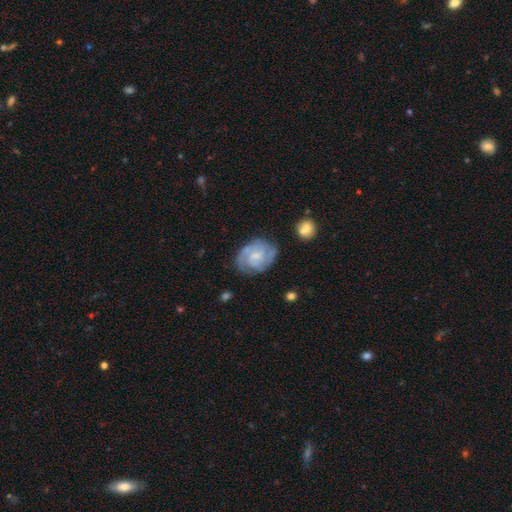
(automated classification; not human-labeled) Q: Smooth or featured?
A: featured or disk (77%); runner-up: smooth (17%)
Q: Edge-on disk?
A: no (97%); runner-up: yes (3%)
Q: Bar?
A: weak (47%); runner-up: no (46%)
Q: Spiral arms?
A: yes (94%); runner-up: no (6%)
Q: Spiral winding?
A: tight (51%); runner-up: medium (39%)
Q: Spiral arm count?
A: 2 (56%); runner-up: can't tell (20%)
Q: Bulge size?
A: small (51%); runner-up: moderate (30%)
Q: Merging?
A: none (71%); runner-up: minor disturbance (19%)